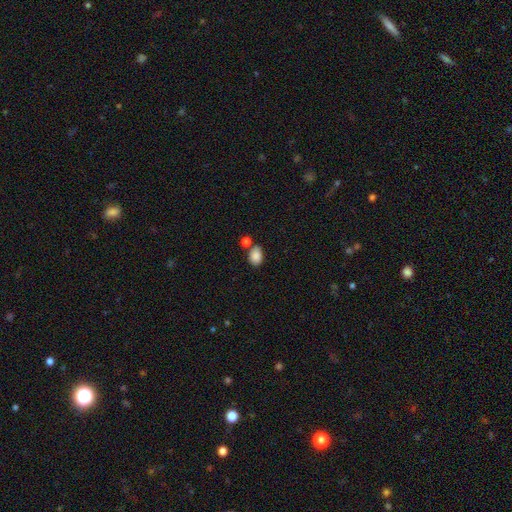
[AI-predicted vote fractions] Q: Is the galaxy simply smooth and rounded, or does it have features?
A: smooth — 87%.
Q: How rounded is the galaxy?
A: in between — 79%.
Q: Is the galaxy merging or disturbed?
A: none — 62%.